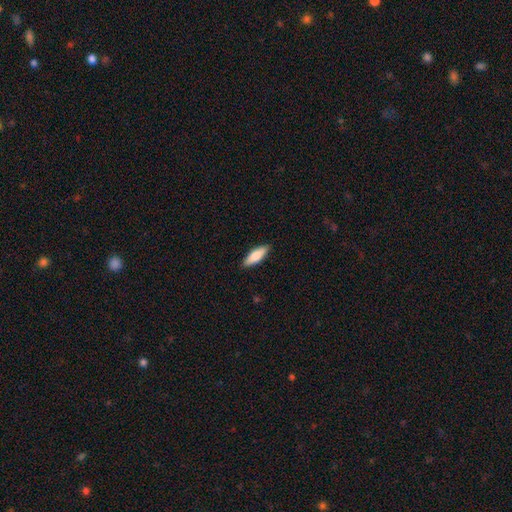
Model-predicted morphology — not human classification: A smooth galaxy with no disk features (75%) that is in between round and cigar-shaped (57%). Merging: none (89%).